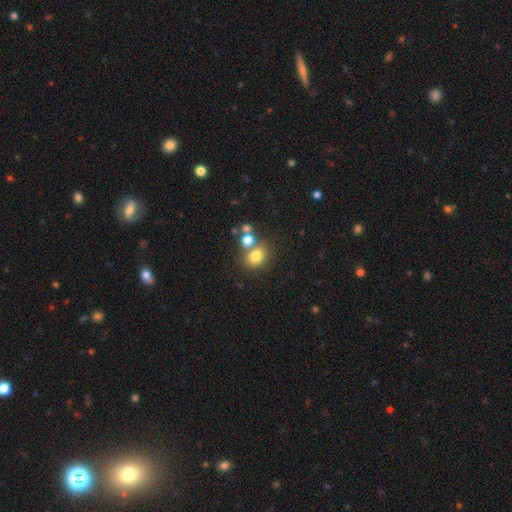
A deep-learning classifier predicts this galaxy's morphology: The model was most divided on "merging": none: 58%, merger: 28%, minor disturbance: 10%, major disturbance: 4%. More confident: smooth or featured — smooth (76%); how rounded — round (67%).